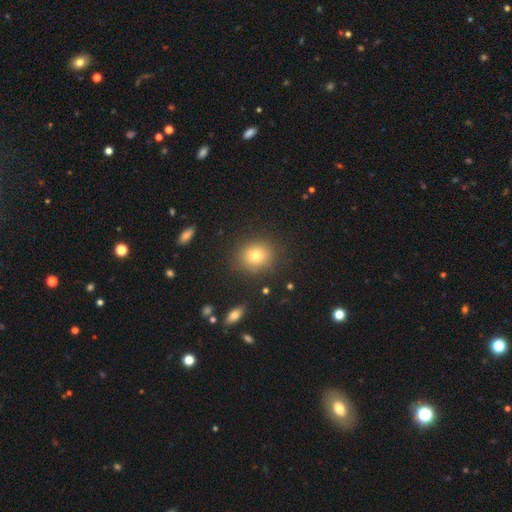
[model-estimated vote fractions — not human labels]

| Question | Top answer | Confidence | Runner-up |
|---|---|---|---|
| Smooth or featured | smooth | 75% | star or artifact (14%) |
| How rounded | round | 82% | in between (17%) |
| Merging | none | 87% | minor disturbance (9%) |